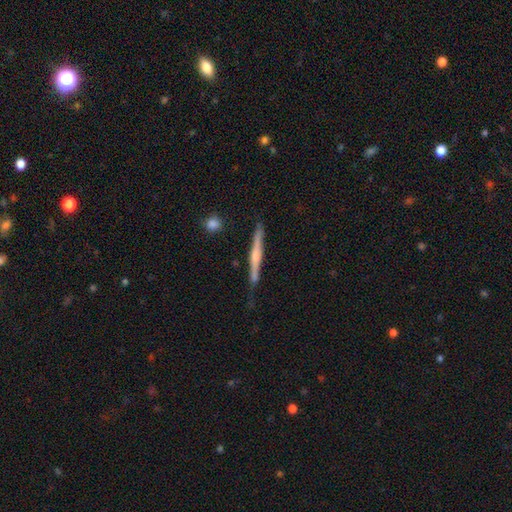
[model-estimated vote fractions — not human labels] This appears to be a featured or disk galaxy (63%) viewed edge-on (97%) with a rounded central bulge (54%). Merging: none (79%).